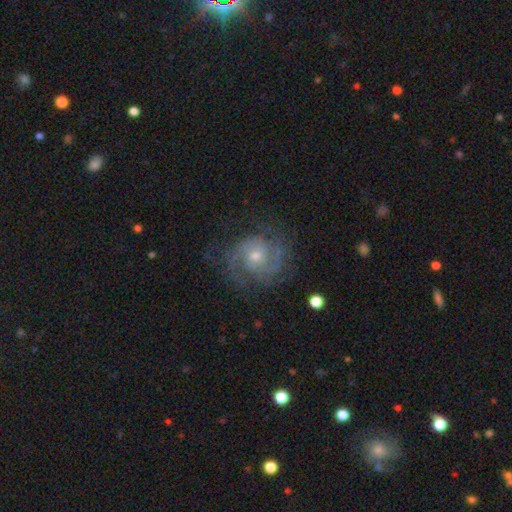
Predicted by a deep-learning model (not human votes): smooth_or_featured: featured or disk (p=0.85) [alt: smooth p=0.08]
disk_edge_on: no (p=0.98) [alt: yes p=0.02]
bar: no (p=0.71) [alt: weak p=0.25]
has_spiral_arms: yes (p=0.96) [alt: no p=0.04]
spiral_winding: tight (p=0.49) [alt: medium p=0.41]
spiral_arm_count: 2 (p=0.50) [alt: 3 p=0.20]
bulge_size: small (p=0.54) [alt: moderate p=0.42]
merging: none (p=0.73) [alt: minor disturbance p=0.17]